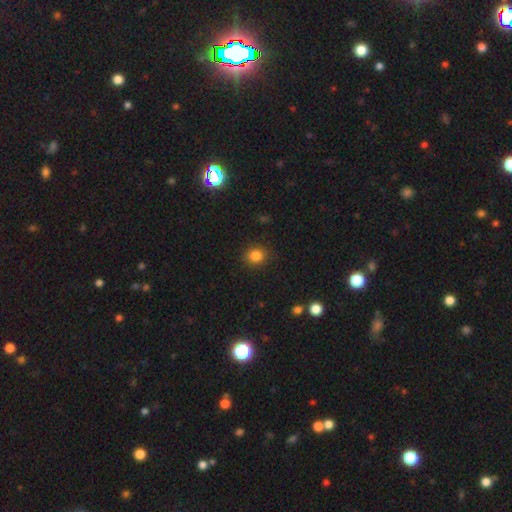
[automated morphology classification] smooth-or-featured: smooth: 83% | star or artifact: 12% | featured or disk: 4%
  how-rounded: round: 82% | in between: 17% | cigar-shaped: 1%
  merging: none: 89% | minor disturbance: 8% | major disturbance: 2% | merger: 1%